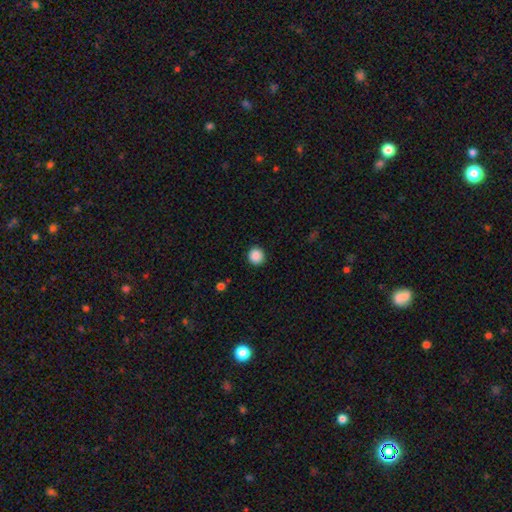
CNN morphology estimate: Q: Smooth or featured?
A: smooth (89%); runner-up: star or artifact (9%)
Q: How rounded?
A: round (93%); runner-up: in between (6%)
Q: Merging?
A: none (92%); runner-up: minor disturbance (5%)